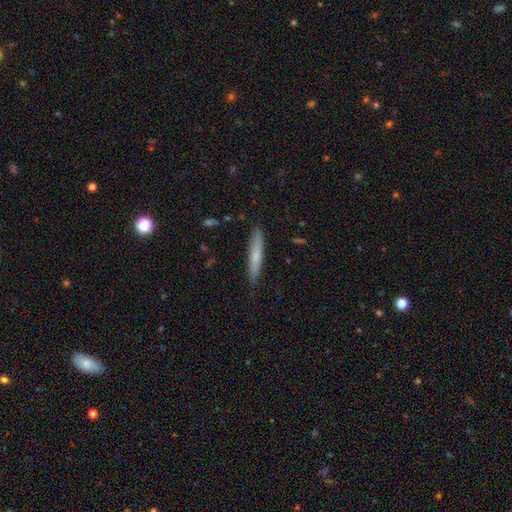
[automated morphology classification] Smooth or featured: smooth — 68% (featured or disk — 26%)
How rounded: cigar-shaped — 92% (in between — 7%)
Merging: none — 85% (minor disturbance — 12%)